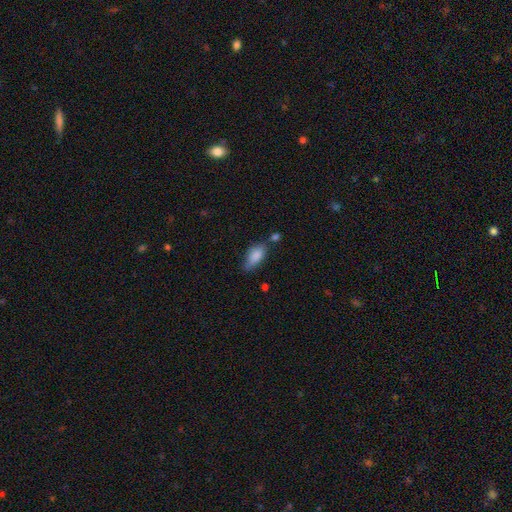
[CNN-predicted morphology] This is clearly a smooth galaxy (85%). How rounded: clearly in between (88%). Merging: possibly none (52%).